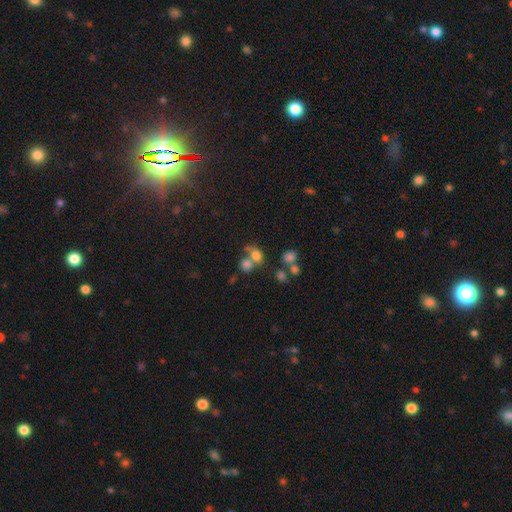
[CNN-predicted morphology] Smooth or featured: smooth — 72% (star or artifact — 16%)
How rounded: round — 61% (in between — 37%)
Merging: merger — 48% (none — 36%)